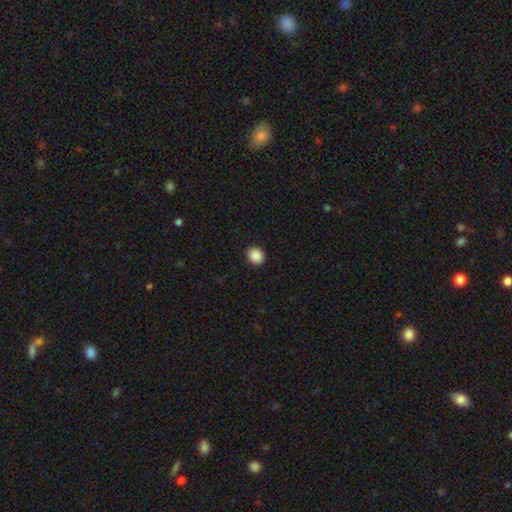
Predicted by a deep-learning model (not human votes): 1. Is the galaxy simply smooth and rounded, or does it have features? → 89% smooth, 9% star or artifact, 2% featured or disk.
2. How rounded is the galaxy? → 72% round, 27% in between, 1% cigar-shaped.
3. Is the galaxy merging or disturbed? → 92% none, 6% minor disturbance, 2% major disturbance, 1% merger.